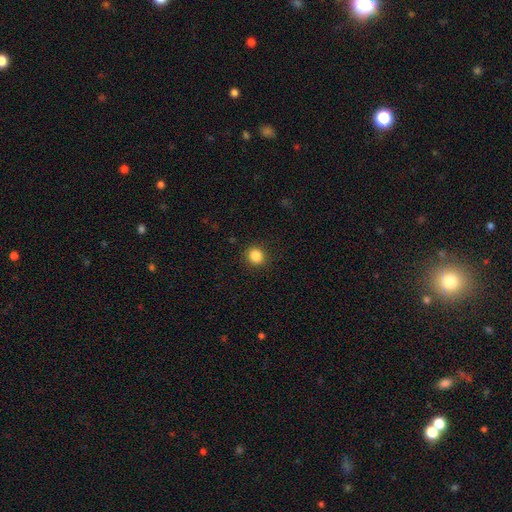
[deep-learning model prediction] A smooth galaxy with no disk features (85%) that is round (89%).

Vote fractions:
- Smooth or featured? smooth: 85% / star or artifact: 11% / featured or disk: 4%
- How rounded? round: 89% / in between: 10% / cigar-shaped: 1%
- Merging? none: 91% / minor disturbance: 6% / major disturbance: 2% / merger: 1%